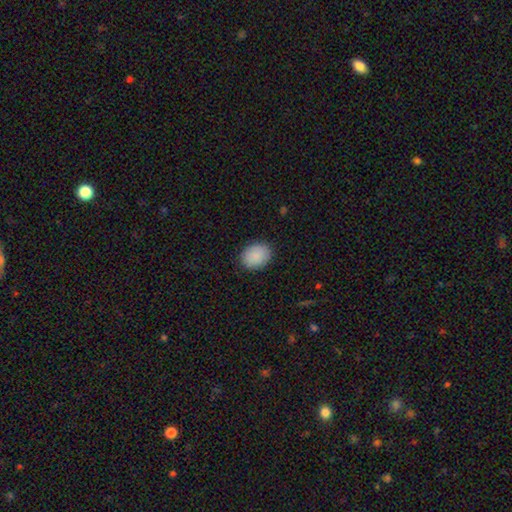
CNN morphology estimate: Smooth or featured? smooth (89%)
How rounded? in between (59%)
Merging? none (88%)